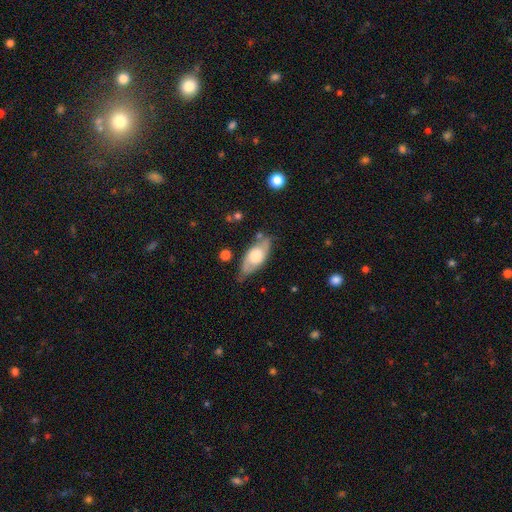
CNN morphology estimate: A featured or disk galaxy (53%).

Vote fractions:
- Smooth or featured? featured or disk: 53% / smooth: 41% / star or artifact: 6%
- Edge-on disk? no: 77% / yes: 23%
- Merging? none: 66% / minor disturbance: 24% / major disturbance: 6% / merger: 4%